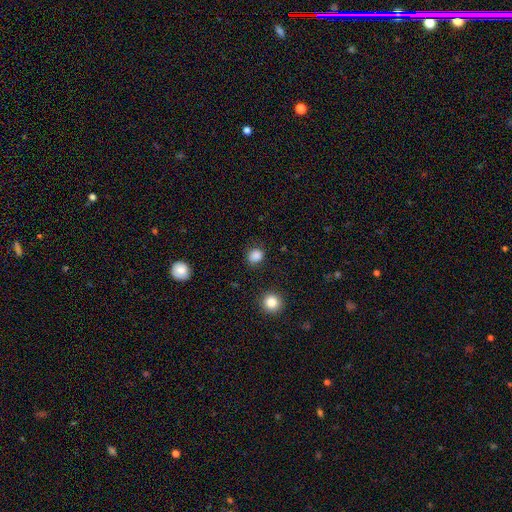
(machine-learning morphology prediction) This appears to be a smooth galaxy with no disk features (85%) that is round (75%). Merging: none (85%).